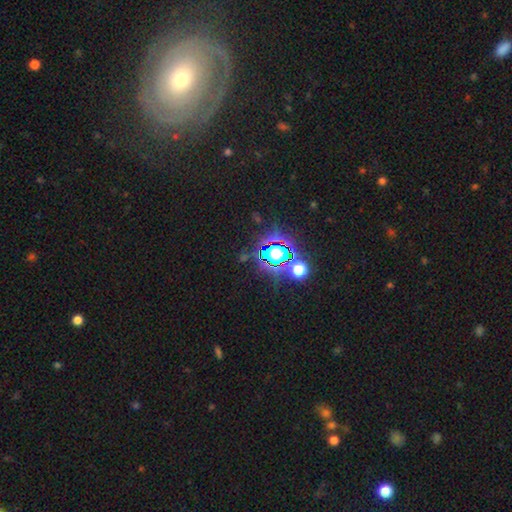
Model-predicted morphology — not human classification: star or artifact 61%, featured or disk 24%, smooth 15%.